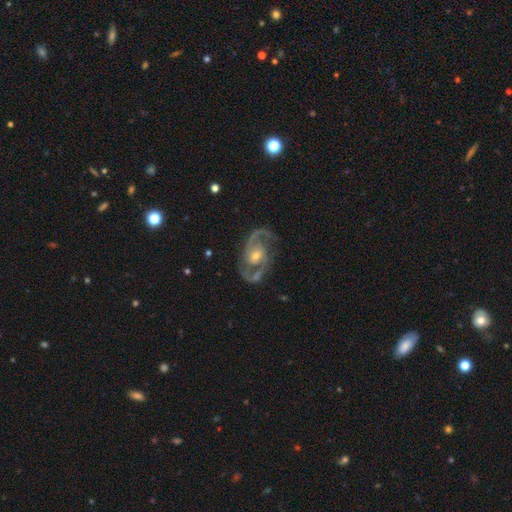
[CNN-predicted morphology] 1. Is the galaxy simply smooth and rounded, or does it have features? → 91% featured or disk, 5% star or artifact, 4% smooth.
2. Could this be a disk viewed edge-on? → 97% no, 3% yes.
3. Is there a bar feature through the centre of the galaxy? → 52% no, 36% weak, 12% strong.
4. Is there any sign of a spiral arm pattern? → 97% yes, 3% no.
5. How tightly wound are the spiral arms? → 60% medium, 21% tight, 20% loose.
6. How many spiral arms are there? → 91% 2, 3% can't tell, 2% 3, 2% 1, 1% 4, 1% more than 4.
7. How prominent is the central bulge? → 52% moderate, 43% small, 3% large, 1% none, 1% dominant.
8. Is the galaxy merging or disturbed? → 77% none, 14% minor disturbance, 7% major disturbance, 3% merger.